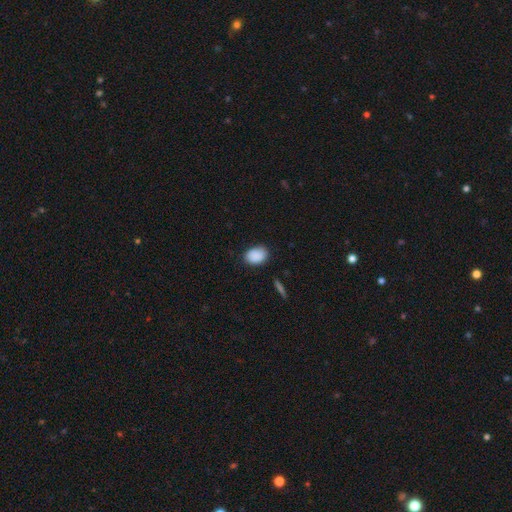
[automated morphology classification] smooth 89%, star or artifact 8%, featured or disk 4%. Down the decision tree: how rounded — in between (75%); merging — none (81%).